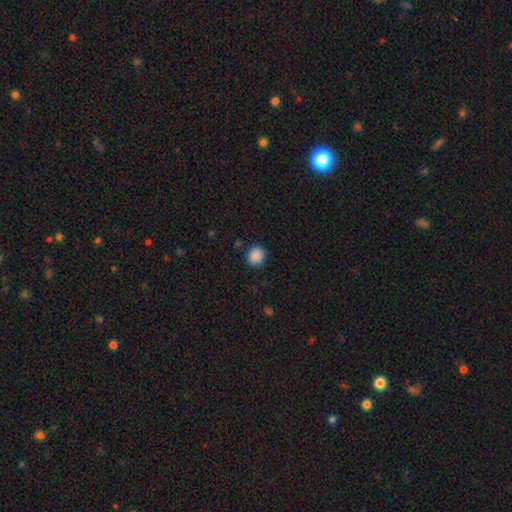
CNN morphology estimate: Smooth or featured? Predicted: smooth (p=0.88). How rounded? Predicted: round (p=0.86). Merging? Predicted: none (p=0.89).